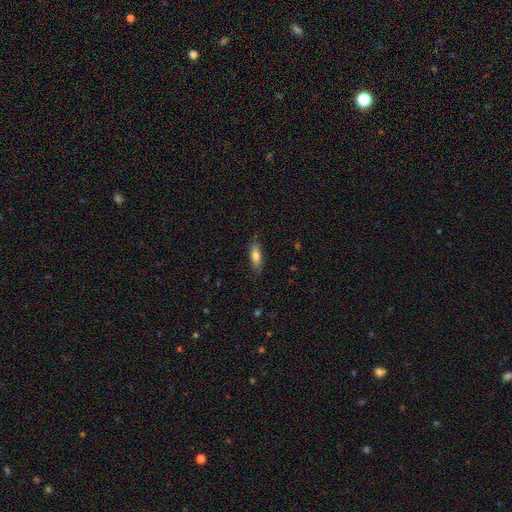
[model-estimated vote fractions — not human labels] A smooth galaxy with no disk features (77%) that is in between round and cigar-shaped (68%). Merging: none (80%).